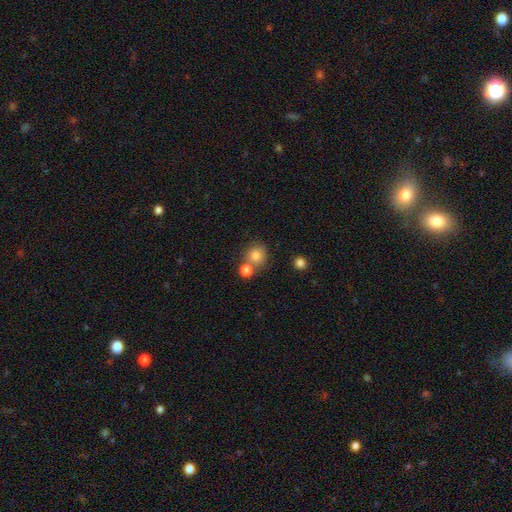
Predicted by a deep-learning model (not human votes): This is clearly a smooth galaxy (80%). How rounded: clearly round (85%). Merging: possibly none (60%).